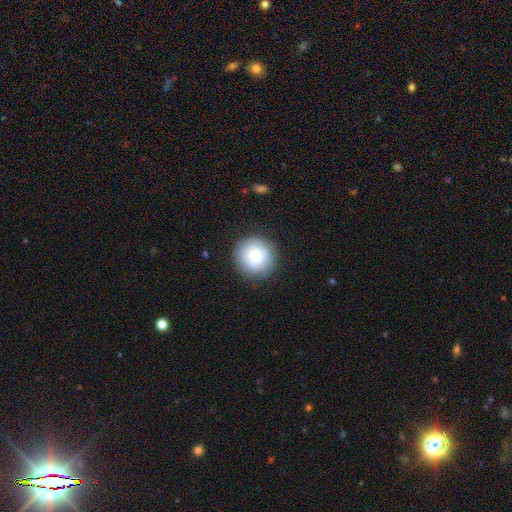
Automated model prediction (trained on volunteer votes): This is likely a smooth galaxy (77%). How rounded: clearly round (95%). Merging: clearly none (87%).